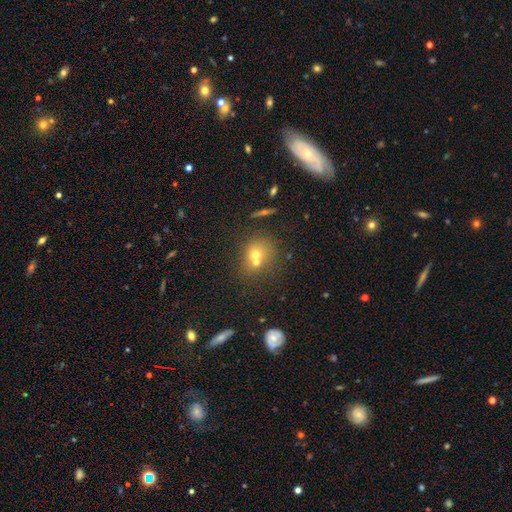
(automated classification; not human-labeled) smooth 61%, featured or disk 21%, star or artifact 18%. Down the decision tree: how rounded — round (78%); merging — merger (46%).